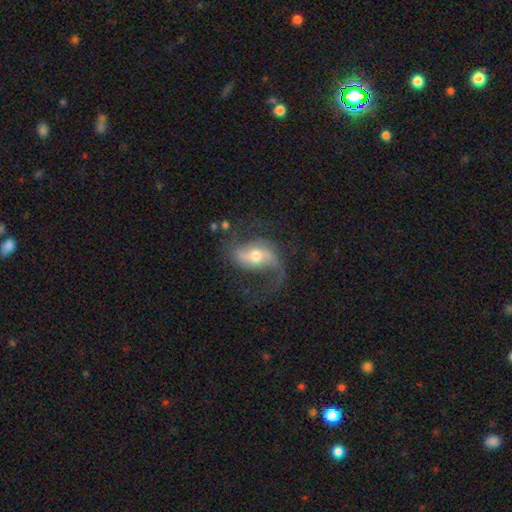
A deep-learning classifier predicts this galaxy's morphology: smooth-or-featured: featured or disk: 84% | smooth: 10% | star or artifact: 6%
  disk-edge-on: no: 96% | yes: 4%
    bar: weak: 40% | strong: 34% | no: 27%
    has-spiral-arms: yes: 95% | no: 5%
      spiral-winding: loose: 60% | medium: 32% | tight: 8%
      spiral-arm-count: 2: 78% | 1: 15% | can't tell: 3% | 3: 1% | 4: 1% | more than 4: 1%
    bulge-size: moderate: 64% | small: 28% | large: 6% | none: 1% | dominant: 1%
  merging: none: 60% | major disturbance: 20% | minor disturbance: 18% | merger: 2%